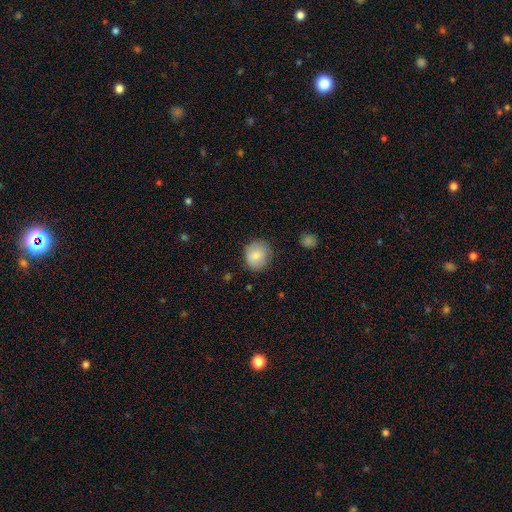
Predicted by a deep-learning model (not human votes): This appears to be a smooth galaxy with no disk features (84%) that is round (77%). Merging: none (79%).